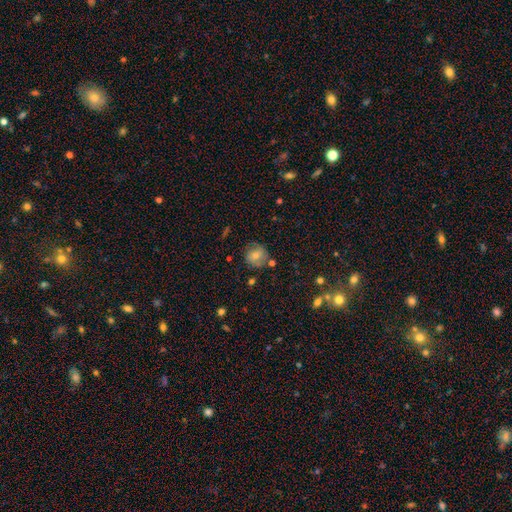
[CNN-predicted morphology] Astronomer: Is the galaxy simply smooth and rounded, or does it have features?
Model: smooth — 63%.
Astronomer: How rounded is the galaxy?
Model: round — 85%.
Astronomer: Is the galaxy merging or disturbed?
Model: none — 71%.